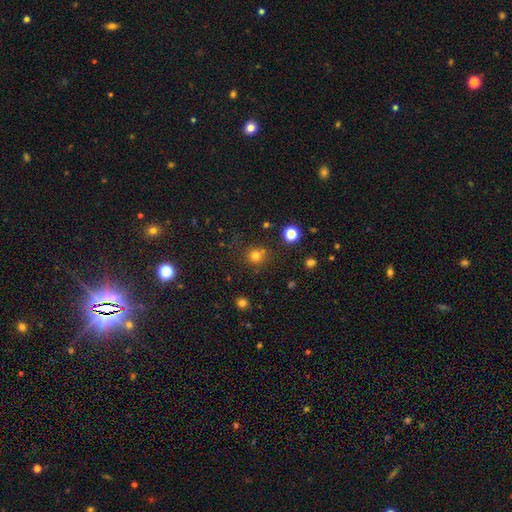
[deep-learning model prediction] This is likely a smooth galaxy (74%). How rounded: clearly round (90%). Merging: likely none (72%).